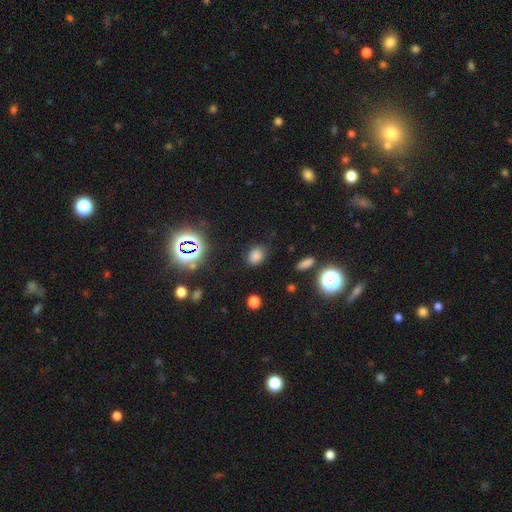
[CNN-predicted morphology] The model was most divided on "how rounded": in between: 57%, round: 42%, cigar-shaped: 1%. More confident: merging — none (80%); smooth or featured — smooth (75%).